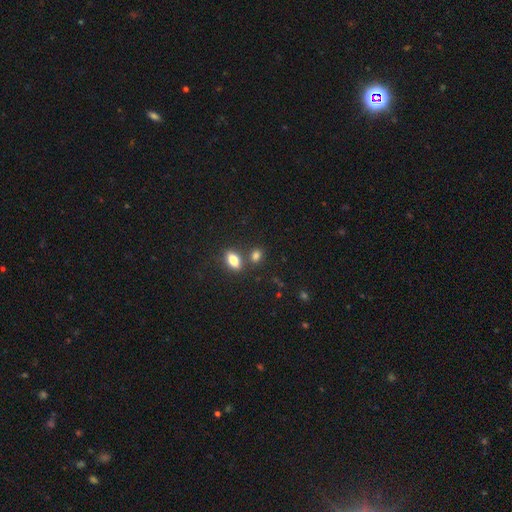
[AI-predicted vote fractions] This appears to be a smooth galaxy with no disk features (81%) that is in between round and cigar-shaped (73%). Merging: none (62%).